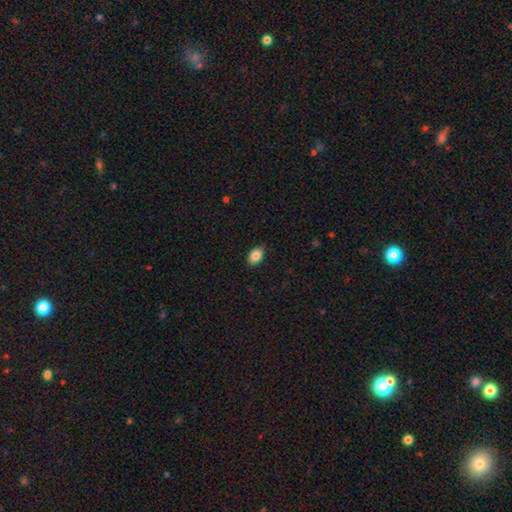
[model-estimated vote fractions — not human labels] Smooth or featured? smooth (87%)
How rounded? in between (85%)
Merging? none (88%)